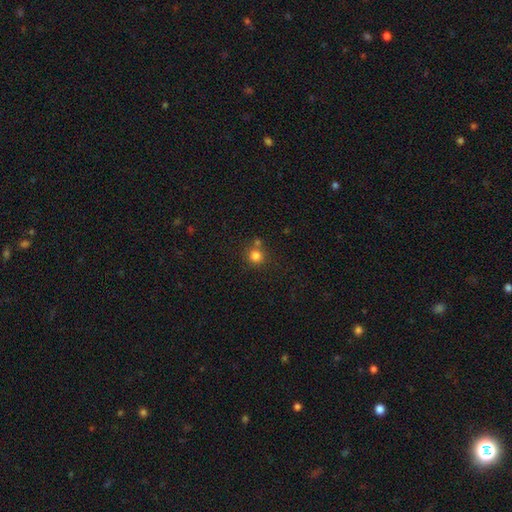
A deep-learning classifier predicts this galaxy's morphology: Q: Smooth or featured?
A: smooth (82%); runner-up: star or artifact (13%)
Q: How rounded?
A: round (91%); runner-up: in between (8%)
Q: Merging?
A: none (70%); runner-up: merger (18%)